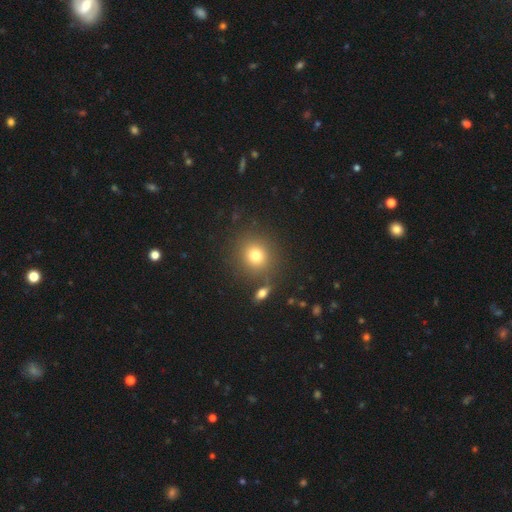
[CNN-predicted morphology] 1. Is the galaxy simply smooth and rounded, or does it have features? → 77% smooth, 14% star or artifact, 10% featured or disk.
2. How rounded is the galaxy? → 85% round, 14% in between, 1% cigar-shaped.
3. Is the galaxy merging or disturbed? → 81% none, 9% minor disturbance, 7% merger, 4% major disturbance.